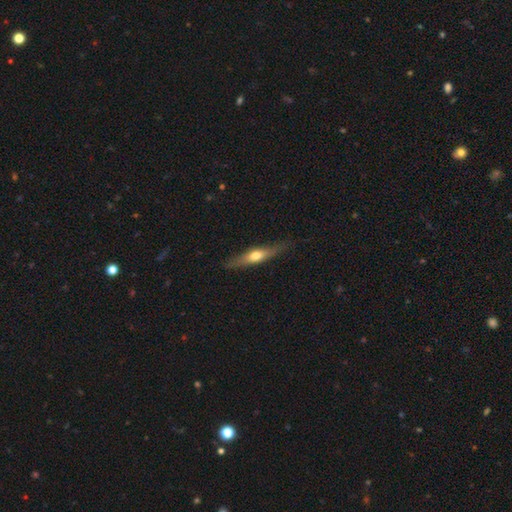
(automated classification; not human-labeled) Q: Smooth or featured?
A: featured or disk (53%); runner-up: smooth (42%)
Q: Edge-on disk?
A: yes (90%); runner-up: no (10%)
Q: Merging?
A: none (82%); runner-up: minor disturbance (14%)